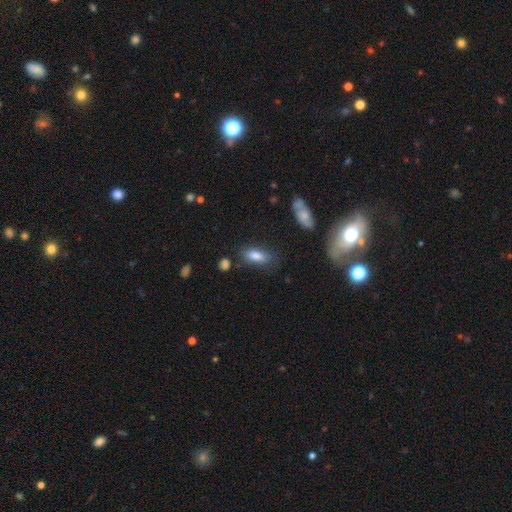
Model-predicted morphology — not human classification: This is clearly a smooth galaxy (81%). How rounded: likely in between (79%). Merging: likely none (71%).